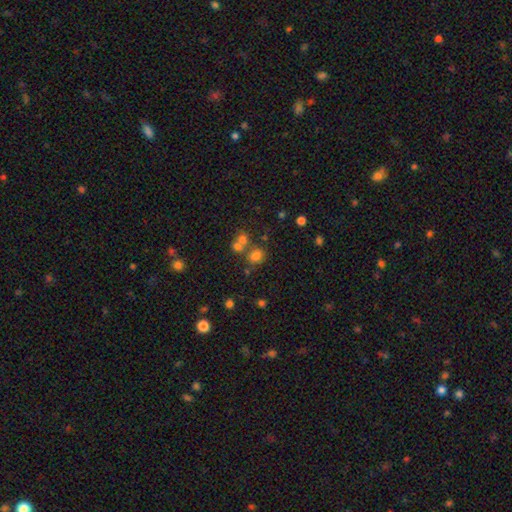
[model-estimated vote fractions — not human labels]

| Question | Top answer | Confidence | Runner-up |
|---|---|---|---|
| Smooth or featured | smooth | 70% | star or artifact (20%) |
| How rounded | round | 66% | in between (33%) |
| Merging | none | 58% | merger (28%) |